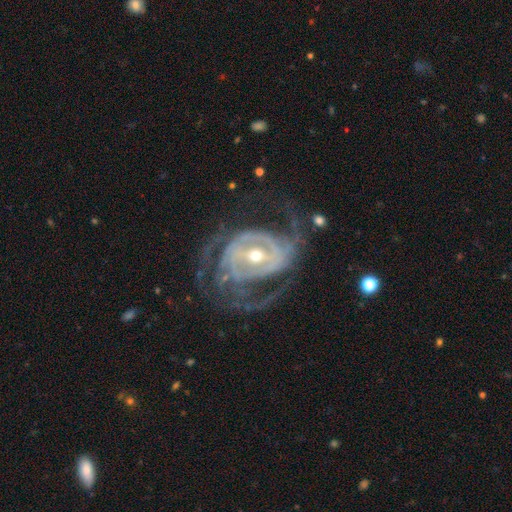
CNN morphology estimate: smooth-or-featured: featured or disk: 91% | star or artifact: 5% | smooth: 4%
  disk-edge-on: no: 97% | yes: 3%
    bar: strong: 43% | weak: 37% | no: 20%
    has-spiral-arms: yes: 94% | no: 6%
      spiral-winding: tight: 45% | medium: 39% | loose: 15%
      spiral-arm-count: 2: 36% | can't tell: 22% | 3: 21% | 4: 10% | 1: 6% | more than 4: 6%
    bulge-size: small: 50% | moderate: 46% | large: 2% | none: 1% | dominant: 1%
  merging: none: 57% | major disturbance: 24% | minor disturbance: 17% | merger: 2%